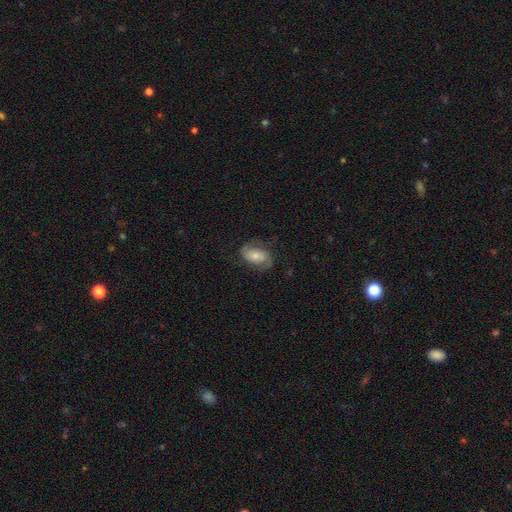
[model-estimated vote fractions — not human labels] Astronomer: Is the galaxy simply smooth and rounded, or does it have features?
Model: featured or disk — 56% (runner-up: smooth, 36%).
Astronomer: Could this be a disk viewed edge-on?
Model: no — 96%.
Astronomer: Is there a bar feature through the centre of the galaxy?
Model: no — 64%.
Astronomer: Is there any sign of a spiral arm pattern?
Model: yes — 88%.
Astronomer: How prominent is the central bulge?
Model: moderate — 43% (runner-up: small, 41%).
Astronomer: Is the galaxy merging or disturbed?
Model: none — 68%.